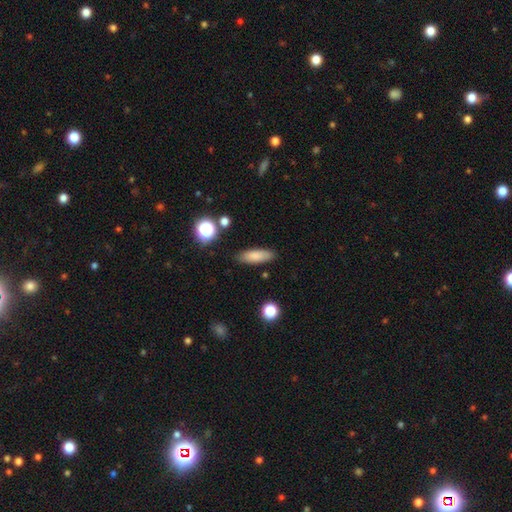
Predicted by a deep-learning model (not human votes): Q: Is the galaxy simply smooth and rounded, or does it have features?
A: smooth — 82%.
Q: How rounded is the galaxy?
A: in between — 52%.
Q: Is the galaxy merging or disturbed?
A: none — 86%.